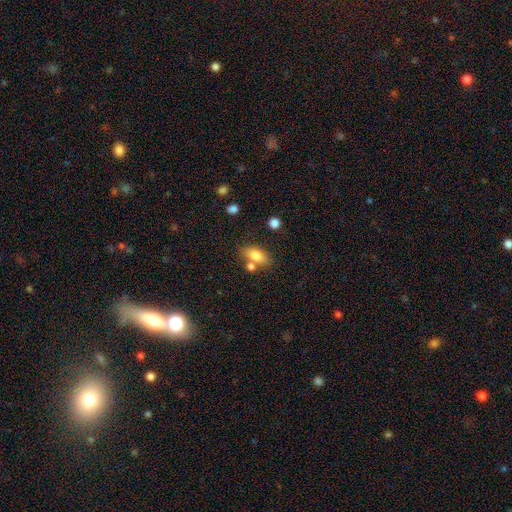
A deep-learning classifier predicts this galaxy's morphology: A smooth galaxy with no disk features (80%) that is in between round and cigar-shaped (87%).

Vote fractions:
- Smooth or featured? smooth: 80% / featured or disk: 11% / star or artifact: 9%
- How rounded? in between: 87% / round: 8% / cigar-shaped: 5%
- Merging? none: 63% / merger: 19% / minor disturbance: 13% / major disturbance: 4%